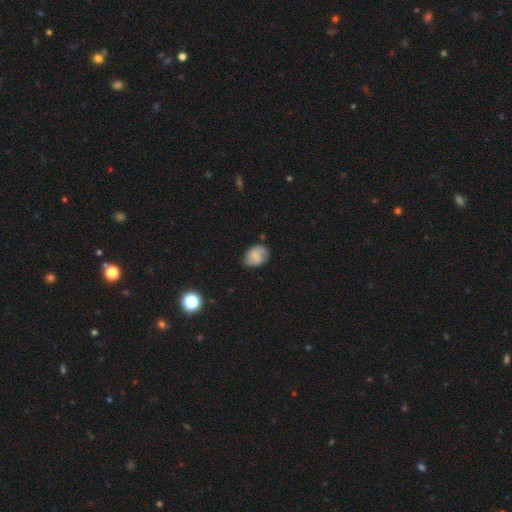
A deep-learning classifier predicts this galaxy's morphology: type=smooth (62%); roundness=in between (63%); merging=none (75%).